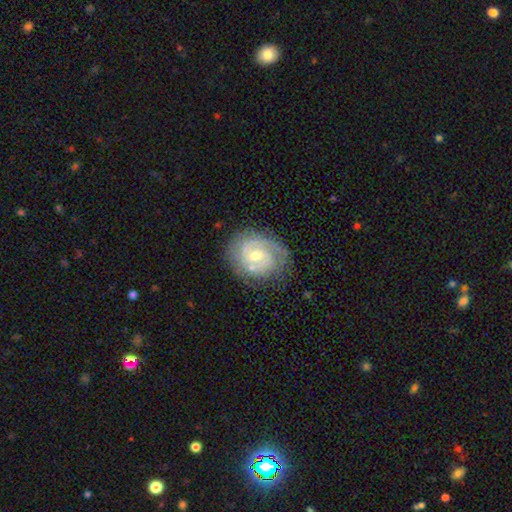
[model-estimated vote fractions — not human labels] Smooth or featured? featured or disk (80%)
Edge-on disk? no (97%)
Bar? weak (46%)
Spiral arms? yes (91%)
Spiral winding? tight (59%)
Spiral arm count? 2 (55%)
Bulge size? moderate (53%)
Merging? none (71%)